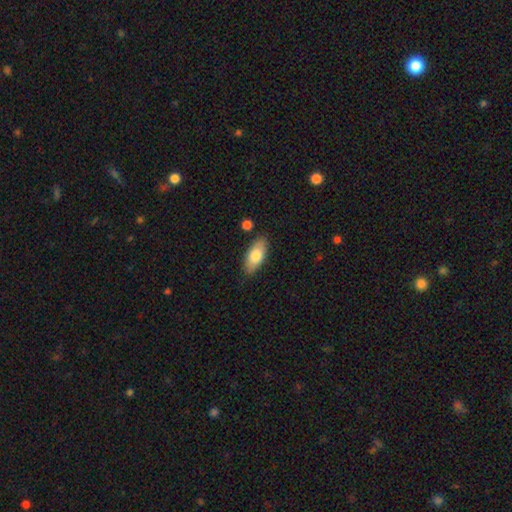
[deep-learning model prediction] smooth-or-featured: smooth: 77% | featured or disk: 17% | star or artifact: 6%
  how-rounded: in between: 87% | cigar-shaped: 11% | round: 3%
  merging: none: 84% | minor disturbance: 11% | merger: 3% | major disturbance: 2%